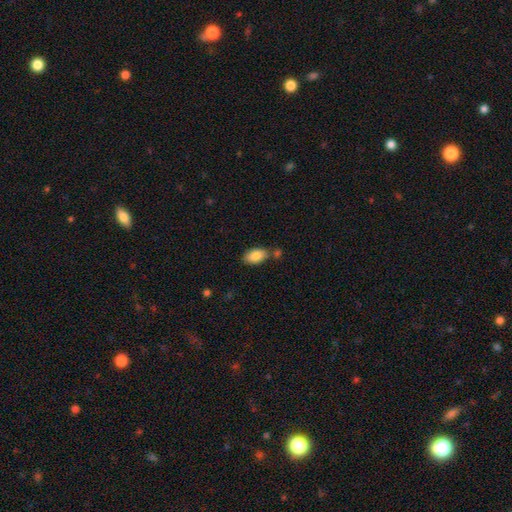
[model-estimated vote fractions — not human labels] This appears to be a smooth galaxy with no disk features (87%) that is in between round and cigar-shaped (94%). Merging: none (68%).